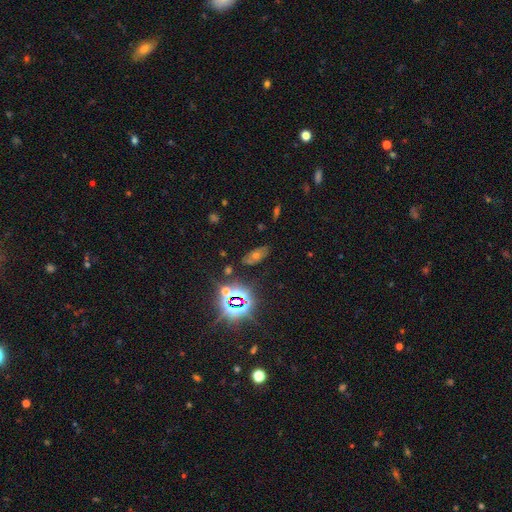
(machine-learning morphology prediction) Smooth or featured: star or artifact — 51% (smooth — 27%)